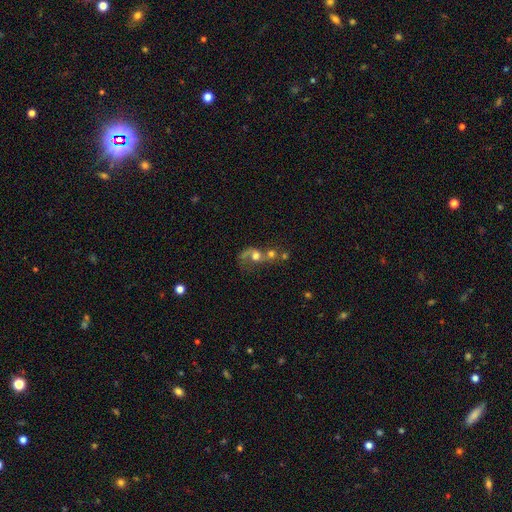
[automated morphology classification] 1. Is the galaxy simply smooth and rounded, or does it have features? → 47% featured or disk, 41% smooth, 12% star or artifact.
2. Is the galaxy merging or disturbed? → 61% merger, 17% none, 15% major disturbance, 8% minor disturbance.